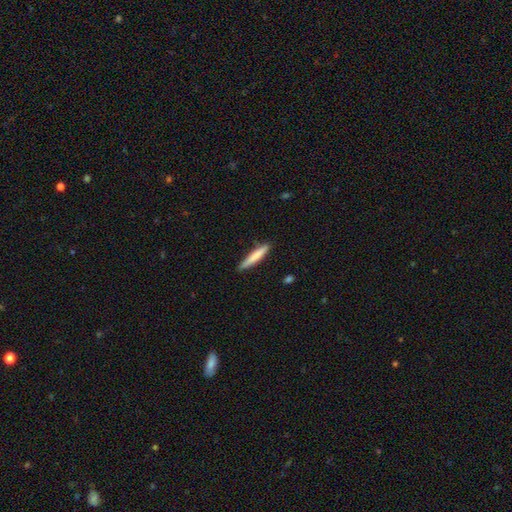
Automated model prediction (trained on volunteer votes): A smooth galaxy with no disk features (77%) that is cigar-shaped (92%).

Vote fractions:
- Smooth or featured? smooth: 77% / featured or disk: 18% / star or artifact: 5%
- How rounded? cigar-shaped: 92% / in between: 7% / round: 1%
- Merging? none: 85% / minor disturbance: 12% / major disturbance: 2% / merger: 1%